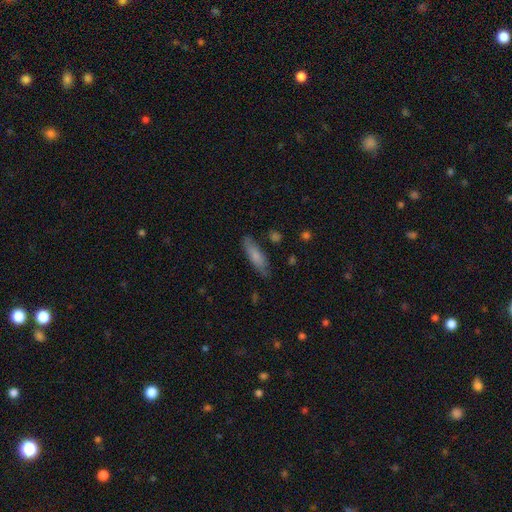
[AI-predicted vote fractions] A smooth galaxy with no disk features (77%) that is cigar-shaped (56%).

Vote fractions:
- Smooth or featured? smooth: 77% / featured or disk: 16% / star or artifact: 6%
- How rounded? cigar-shaped: 56% / in between: 43% / round: 2%
- Merging? none: 77% / minor disturbance: 17% / major disturbance: 4% / merger: 2%